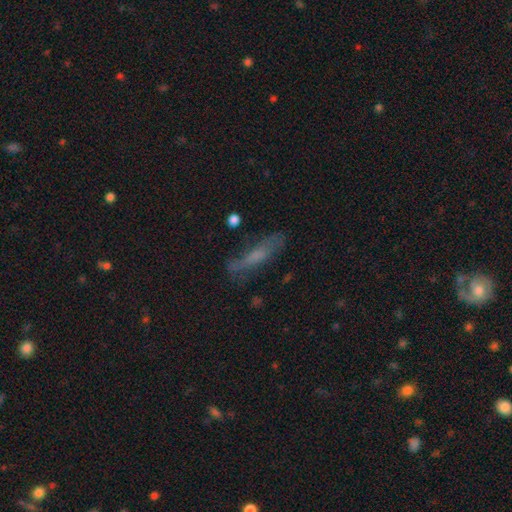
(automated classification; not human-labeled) Smooth or featured? featured or disk (44%)
Merging? none (66%)